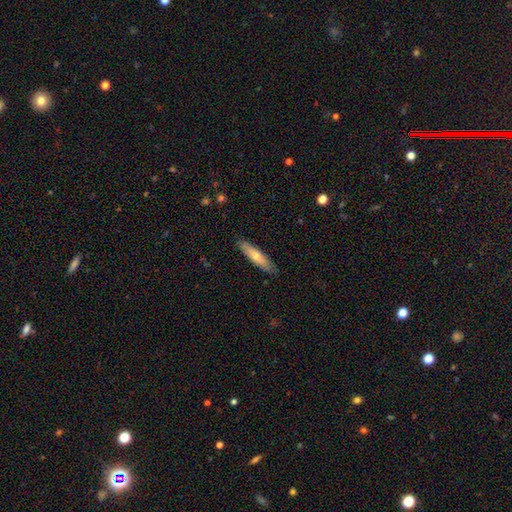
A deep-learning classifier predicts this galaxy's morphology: Smooth or featured?
  - smooth: 59% *
  - featured or disk: 35%
  - star or artifact: 6%
How rounded?
  - cigar-shaped: 79% *
  - in between: 19%
  - round: 2%
Merging?
  - none: 87% *
  - minor disturbance: 10%
  - major disturbance: 2%
  - merger: 1%